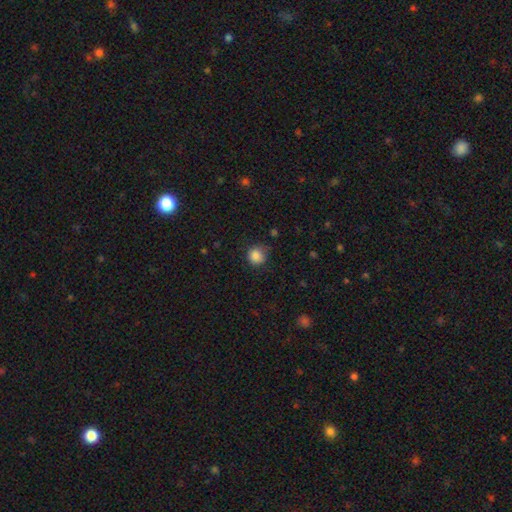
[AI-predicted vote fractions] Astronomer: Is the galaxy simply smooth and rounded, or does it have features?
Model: smooth — 85%.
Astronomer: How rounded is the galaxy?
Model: round — 90%.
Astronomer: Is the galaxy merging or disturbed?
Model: none — 75%.